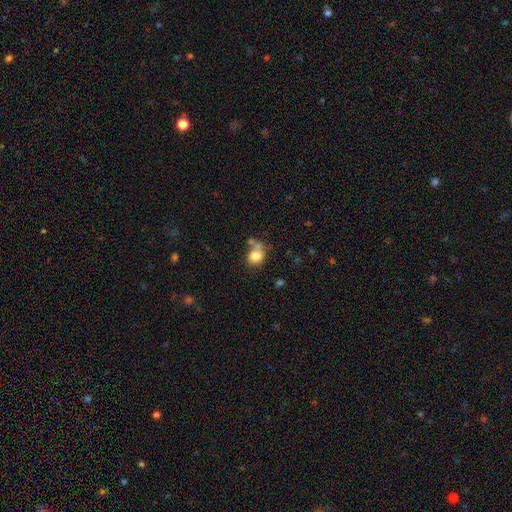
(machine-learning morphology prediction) The model was most divided on "merging": none: 45%, merger: 30%, minor disturbance: 17%, major disturbance: 8%. More confident: smooth or featured — smooth (80%); how rounded — round (63%).